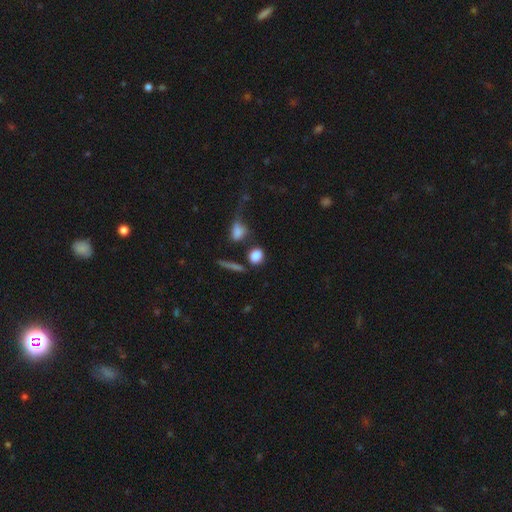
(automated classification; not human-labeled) The model was most divided on "how rounded": round: 54%, in between: 42%, cigar-shaped: 4%. More confident: smooth or featured — smooth (84%); merging — none (63%).